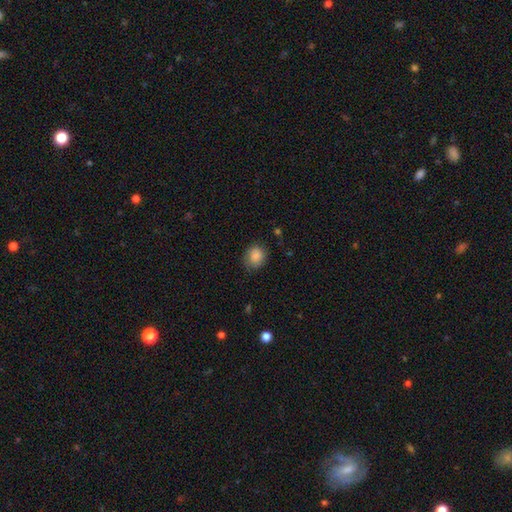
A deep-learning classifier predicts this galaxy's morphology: The model was most divided on "how rounded": round: 71%, in between: 28%, cigar-shaped: 1%. More confident: smooth or featured — smooth (85%); merging — none (74%).